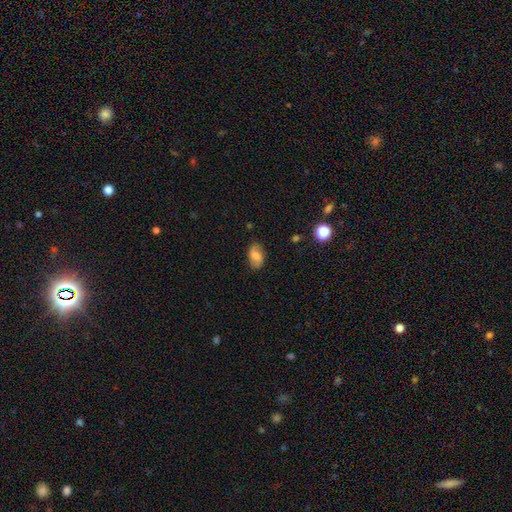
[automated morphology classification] smooth 50%, featured or disk 40%, star or artifact 9%. Down the decision tree: how rounded — in between (88%); merging — none (79%).